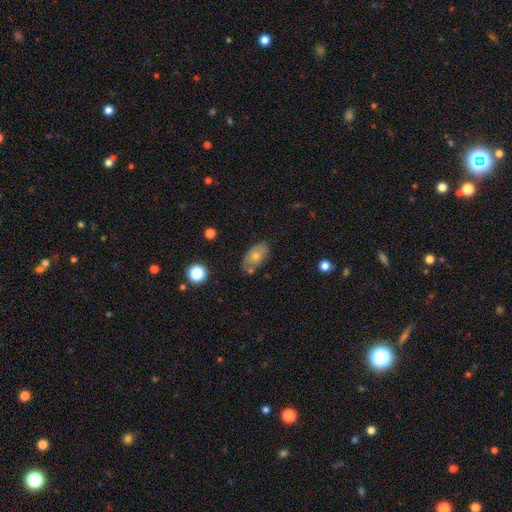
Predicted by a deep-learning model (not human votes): This appears to be a smooth galaxy with no disk features (65%) that is in between round and cigar-shaped (90%). Merging: none (65%).